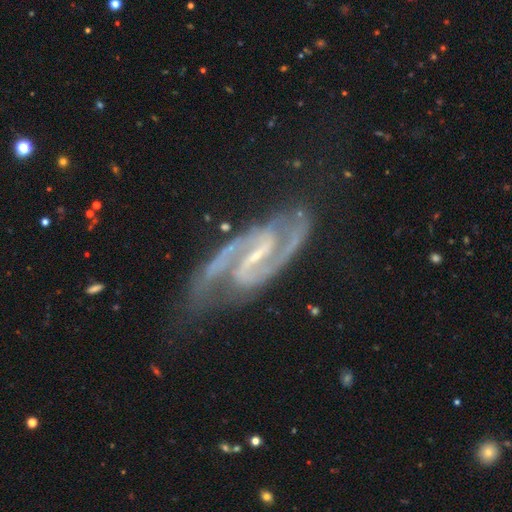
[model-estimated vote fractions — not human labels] Smooth or featured? Predicted: featured or disk (p=0.93). Edge-on disk? Predicted: no (p=0.97). Bar? Predicted: strong (p=0.50). Spiral arms? Predicted: yes (p=0.99). Spiral winding? Predicted: medium (p=0.62). Spiral arm count? Predicted: 2 (p=0.94). Bulge size? Predicted: small (p=0.74). Merging? Predicted: none (p=0.70).